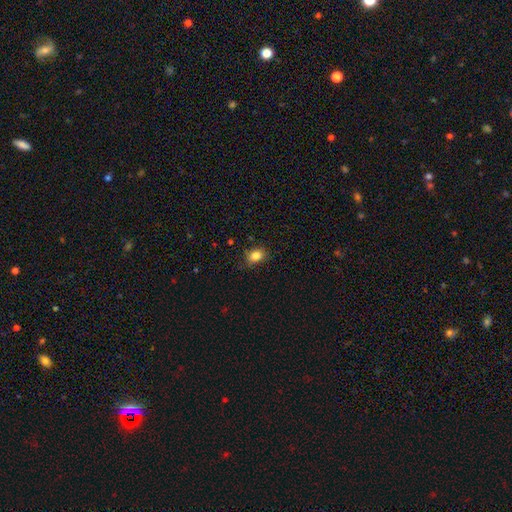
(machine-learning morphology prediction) Smooth or featured? Predicted: smooth (p=0.85). How rounded? Predicted: in between (p=0.71). Merging? Predicted: none (p=0.80).